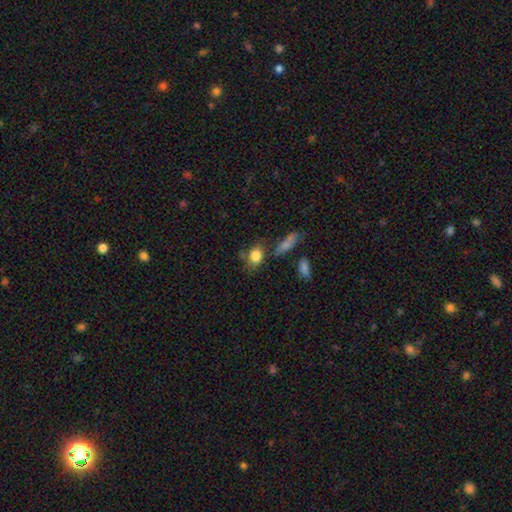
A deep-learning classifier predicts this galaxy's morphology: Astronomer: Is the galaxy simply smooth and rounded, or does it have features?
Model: smooth — 81%.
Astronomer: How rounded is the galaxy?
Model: in between — 58% (runner-up: round, 39%).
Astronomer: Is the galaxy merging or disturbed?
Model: none — 57%.